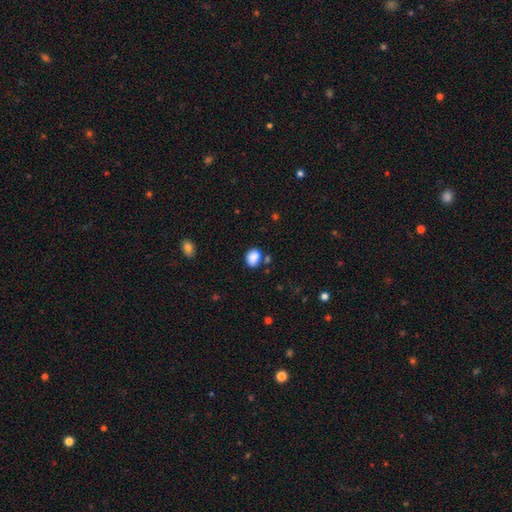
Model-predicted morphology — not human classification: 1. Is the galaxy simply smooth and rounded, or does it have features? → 87% smooth, 9% star or artifact, 4% featured or disk.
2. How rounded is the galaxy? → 56% in between, 43% round, 1% cigar-shaped.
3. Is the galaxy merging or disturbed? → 71% none, 16% minor disturbance, 8% merger, 4% major disturbance.